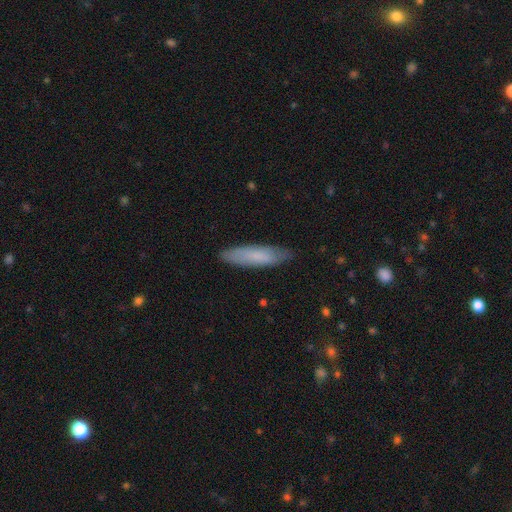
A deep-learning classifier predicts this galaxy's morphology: This is likely a smooth galaxy (75%). How rounded: likely cigar-shaped (73%). Merging: clearly none (84%).